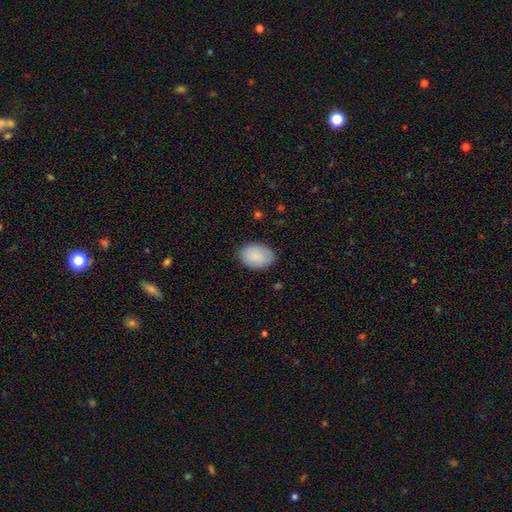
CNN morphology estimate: This is clearly a smooth galaxy (89%). How rounded: clearly in between (85%). Merging: clearly none (83%).